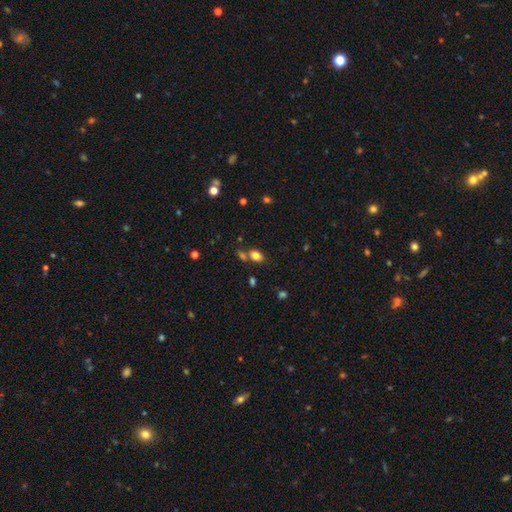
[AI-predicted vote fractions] This appears to be a smooth galaxy with no disk features (79%) that is in between round and cigar-shaped (82%). Merging: none (60%).